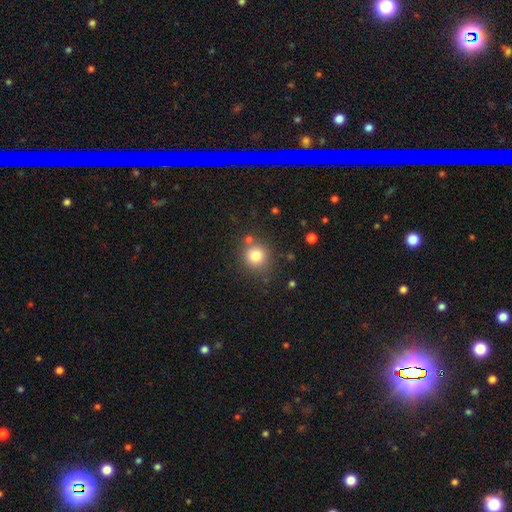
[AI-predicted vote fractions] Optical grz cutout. It shows a smooth galaxy with no disk features (80%) that is round (91%). Merging: none (80%).